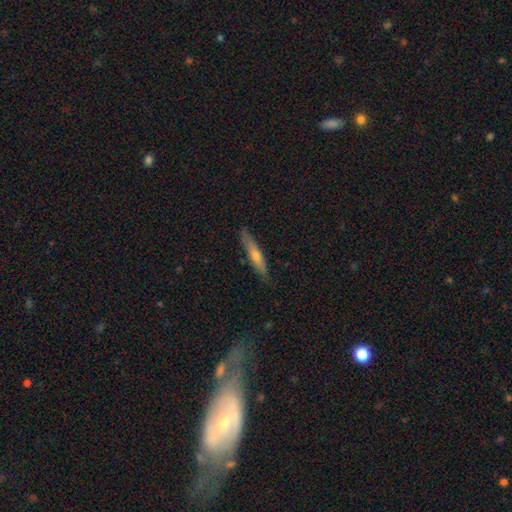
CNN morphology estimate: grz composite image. It shows a smooth galaxy with no disk features (55%) that is cigar-shaped (90%). Merging: none (84%).